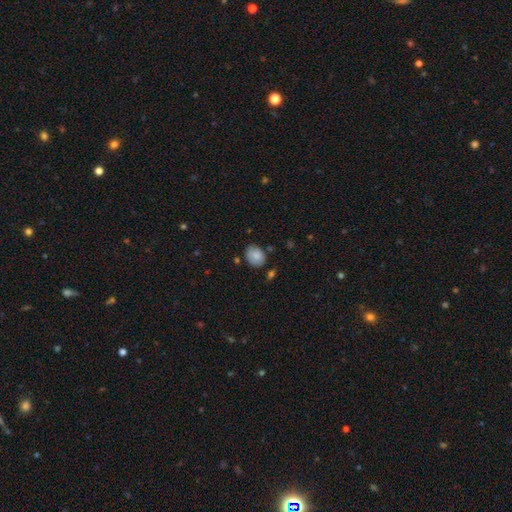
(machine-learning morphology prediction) Q: Smooth or featured?
A: smooth (78%); runner-up: featured or disk (14%)
Q: How rounded?
A: in between (58%); runner-up: round (41%)
Q: Merging?
A: none (64%); runner-up: minor disturbance (26%)